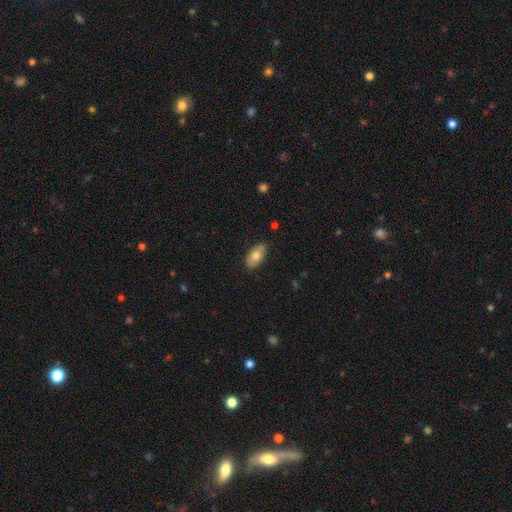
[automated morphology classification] Smooth or featured? smooth (73%)
How rounded? in between (94%)
Merging? none (86%)